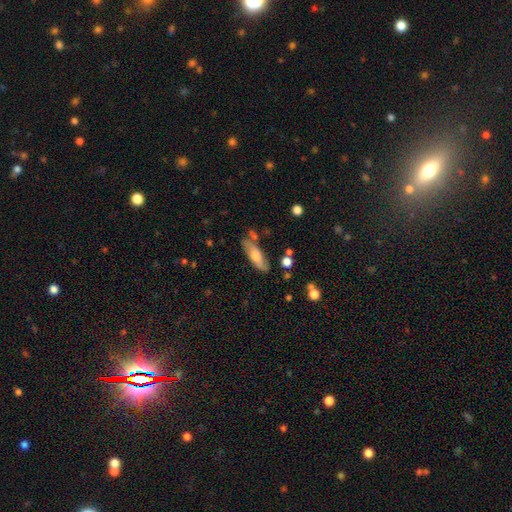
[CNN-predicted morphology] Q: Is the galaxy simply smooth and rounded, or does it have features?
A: smooth — 63%.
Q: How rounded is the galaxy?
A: in between — 53%.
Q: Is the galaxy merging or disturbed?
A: none — 69%.